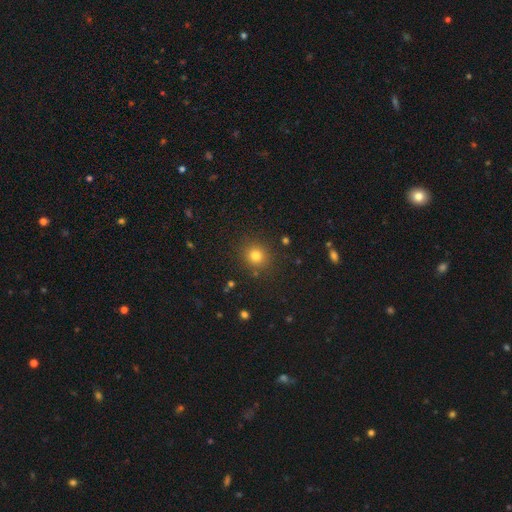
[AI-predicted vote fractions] This appears to be a smooth galaxy with no disk features (78%) that is round (89%). Merging: none (88%).